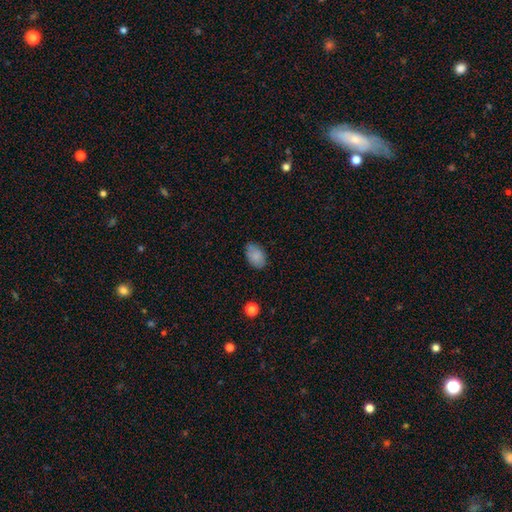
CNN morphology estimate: smooth-or-featured: smooth: 83% | star or artifact: 8% | featured or disk: 8%
  how-rounded: in between: 88% | round: 11% | cigar-shaped: 1%
  merging: none: 74% | minor disturbance: 19% | major disturbance: 4% | merger: 3%